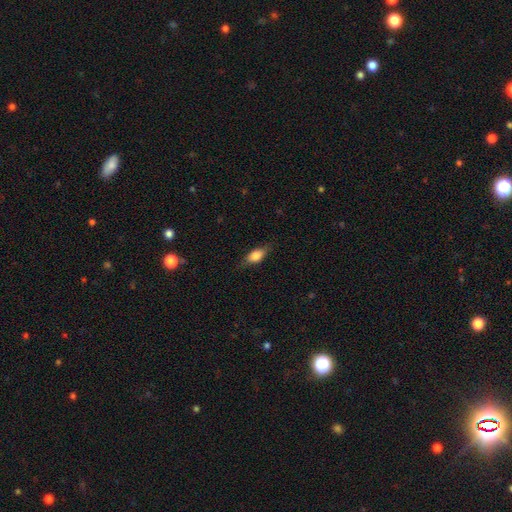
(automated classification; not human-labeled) smooth_or_featured: smooth (p=0.72) [alt: featured or disk p=0.21]
how_rounded: in between (p=0.79) [alt: cigar-shaped p=0.13]
merging: none (p=0.75) [alt: minor disturbance p=0.19]